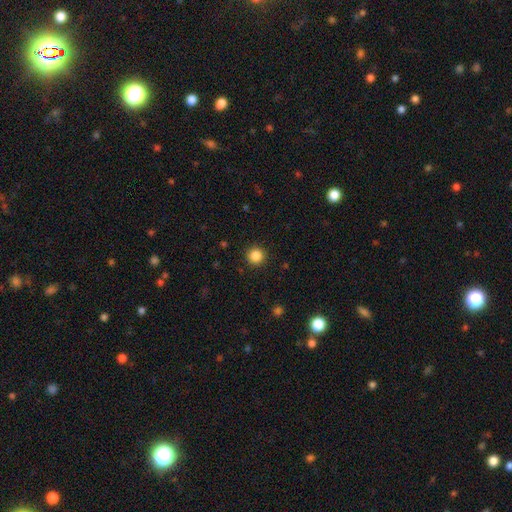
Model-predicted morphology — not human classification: A smooth galaxy with no disk features (86%) that is round (95%). Merging: none (92%).